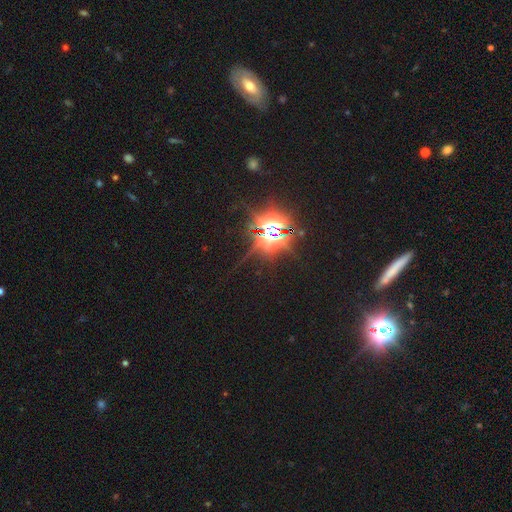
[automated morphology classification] Overall: star or artifact (75%).